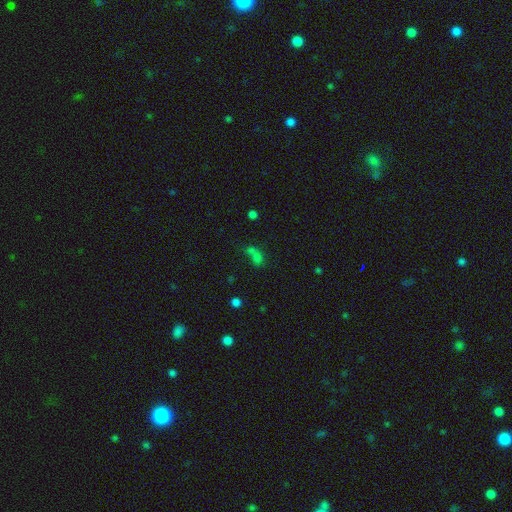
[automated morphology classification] A smooth galaxy with no disk features (65%) that is in between round and cigar-shaped (65%).

Vote fractions:
- Smooth or featured? smooth: 65% / star or artifact: 23% / featured or disk: 12%
- How rounded? in between: 65% / round: 30% / cigar-shaped: 6%
- Merging? merger: 49% / none: 30% / major disturbance: 10% / minor disturbance: 10%